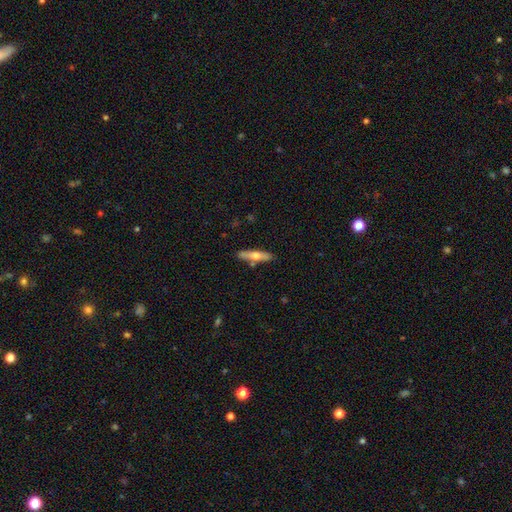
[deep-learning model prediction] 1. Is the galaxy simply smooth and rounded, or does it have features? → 56% smooth, 38% featured or disk, 6% star or artifact.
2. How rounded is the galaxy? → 74% cigar-shaped, 24% in between, 2% round.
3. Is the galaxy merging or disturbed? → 81% none, 11% minor disturbance, 5% merger, 2% major disturbance.